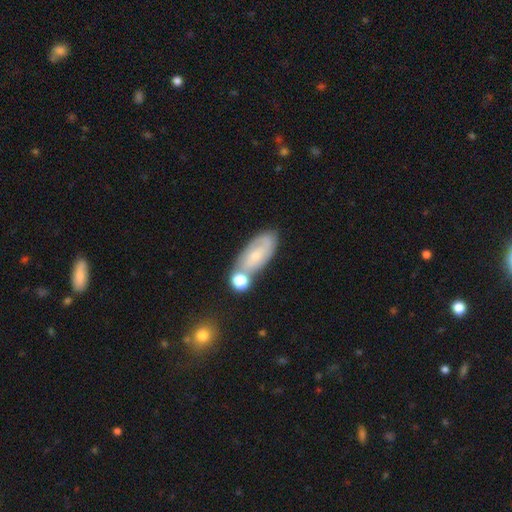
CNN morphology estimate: A featured or disk galaxy (57%) with no bar (64%), spiral arms (80%) and a small central bulge (66%).

Vote fractions:
- Smooth or featured? featured or disk: 57% / smooth: 35% / star or artifact: 8%
- Edge-on disk? no: 91% / yes: 9%
- Bar? no: 64% / weak: 29% / strong: 7%
- Spiral arms? yes: 80% / no: 20%
- Bulge size? small: 66% / moderate: 27% / none: 4% / large: 2% / dominant: 1%
- Merging? none: 55% / merger: 21% / minor disturbance: 18% / major disturbance: 6%